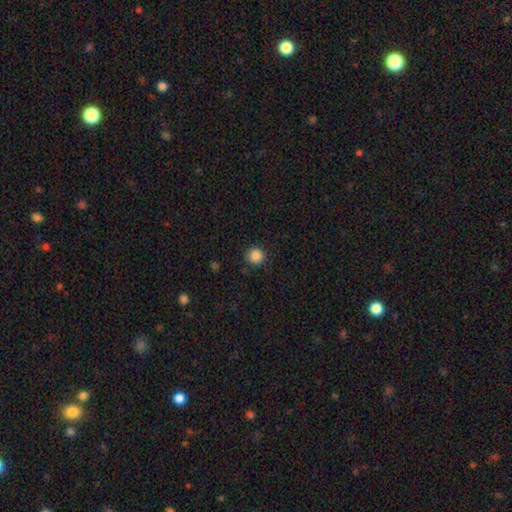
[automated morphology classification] smooth 86%, star or artifact 11%, featured or disk 3%. Down the decision tree: how rounded — round (95%); merging — none (90%).